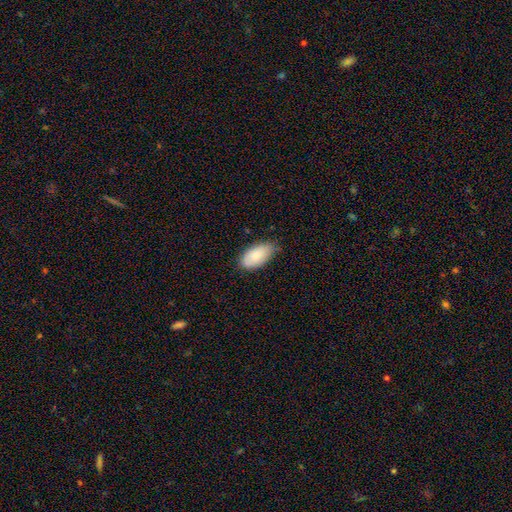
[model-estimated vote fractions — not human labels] Q: Smooth or featured?
A: smooth (79%); runner-up: featured or disk (14%)
Q: How rounded?
A: in between (95%); runner-up: round (3%)
Q: Merging?
A: none (67%); runner-up: minor disturbance (28%)